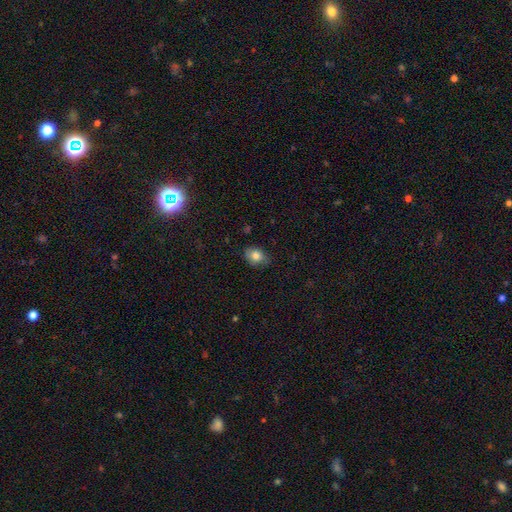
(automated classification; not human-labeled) Smooth or featured?
  - smooth: 81% *
  - featured or disk: 10%
  - star or artifact: 9%
How rounded?
  - in between: 62% *
  - round: 37%
  - cigar-shaped: 1%
Merging?
  - none: 73% *
  - minor disturbance: 22%
  - major disturbance: 4%
  - merger: 1%